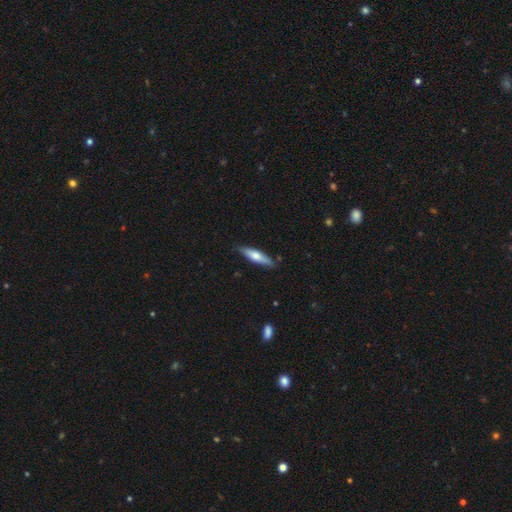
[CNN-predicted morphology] A smooth galaxy with no disk features (57%) that is cigar-shaped (75%).

Vote fractions:
- Smooth or featured? smooth: 57% / featured or disk: 37% / star or artifact: 6%
- How rounded? cigar-shaped: 75% / in between: 23% / round: 2%
- Merging? none: 84% / minor disturbance: 12% / major disturbance: 2% / merger: 2%